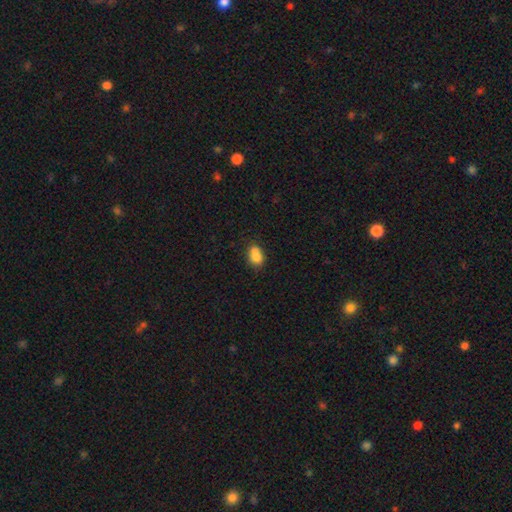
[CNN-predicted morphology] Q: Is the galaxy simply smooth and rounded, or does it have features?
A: smooth — 75%.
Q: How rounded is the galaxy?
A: in between — 57%.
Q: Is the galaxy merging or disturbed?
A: merger — 48%.